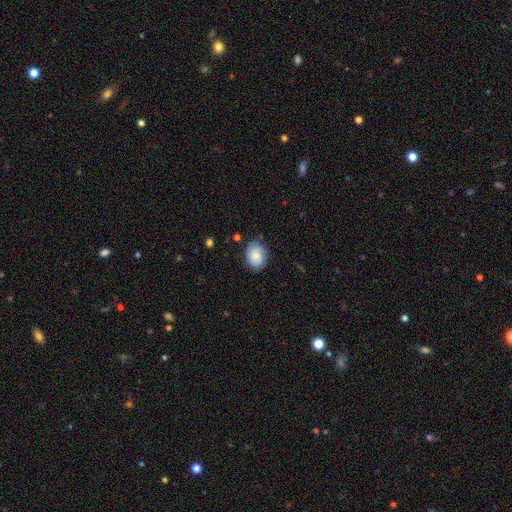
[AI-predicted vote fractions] This appears to be a smooth galaxy with no disk features (69%) that is in between round and cigar-shaped (58%). Merging: none (75%).